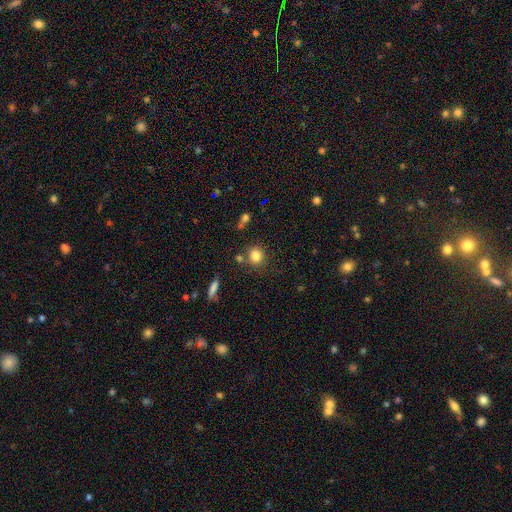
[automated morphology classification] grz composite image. It shows a smooth galaxy with no disk features (82%) that is round (82%). Merging: none (77%).